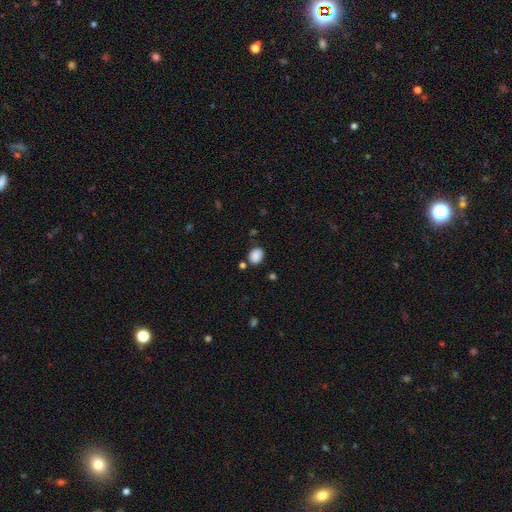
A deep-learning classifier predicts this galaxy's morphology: Smooth or featured? smooth (87%)
How rounded? round (54%)
Merging? none (78%)